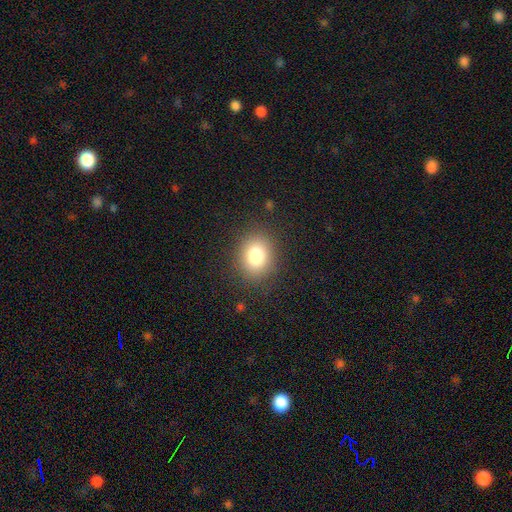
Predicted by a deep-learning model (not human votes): A smooth galaxy with no disk features (81%) that is round (57%).

Vote fractions:
- Smooth or featured? smooth: 81% / star or artifact: 11% / featured or disk: 8%
- How rounded? round: 57% / in between: 42% / cigar-shaped: 1%
- Merging? none: 86% / minor disturbance: 9% / major disturbance: 4% / merger: 1%